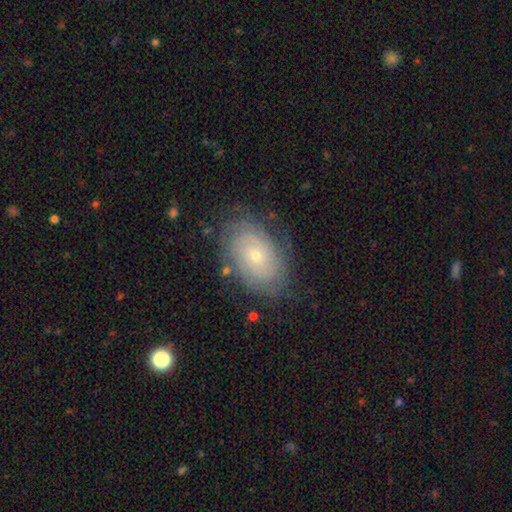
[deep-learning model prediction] The model was most divided on "spiral arm count": can't tell: 50%, 2: 23%, 3: 11%, 4: 7%, more than 4: 5%, 1: 4%. More confident: edge-on disk — no (96%); spiral arms — yes (89%); bar — no (77%); merging — none (77%); spiral winding — tight (76%); smooth or featured — featured or disk (73%); bulge size — small (66%).